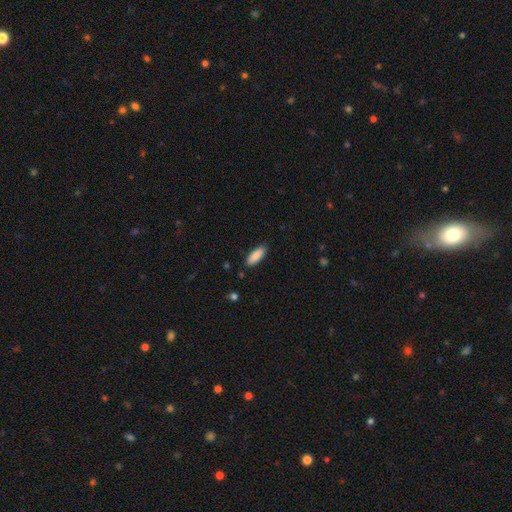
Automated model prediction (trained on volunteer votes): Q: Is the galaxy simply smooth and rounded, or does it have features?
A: smooth — 89%.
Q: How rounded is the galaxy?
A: in between — 66%.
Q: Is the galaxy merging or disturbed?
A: none — 87%.